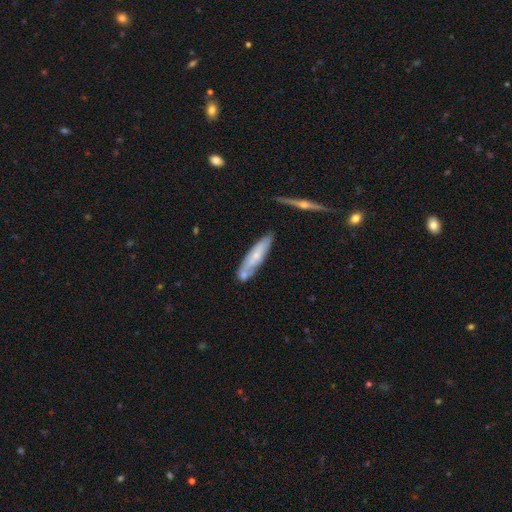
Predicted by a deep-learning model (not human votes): The model was most divided on "smooth or featured": smooth: 51%, featured or disk: 42%, star or artifact: 7%. More confident: how rounded — cigar-shaped (77%); merging — none (63%).